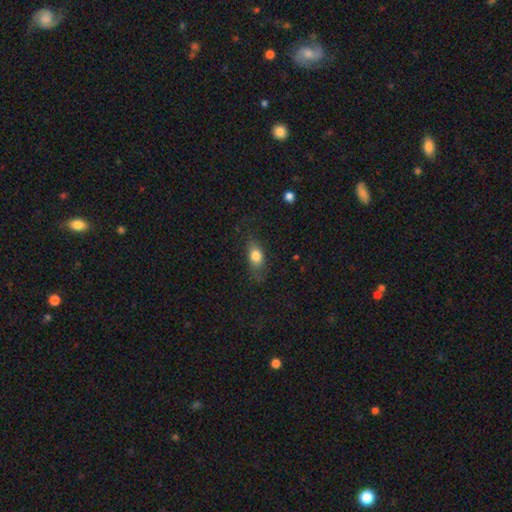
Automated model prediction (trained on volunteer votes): The model was most divided on "merging": none: 69%, minor disturbance: 21%, major disturbance: 9%, merger: 1%. More confident: smooth or featured — smooth (78%); how rounded — in between (76%).